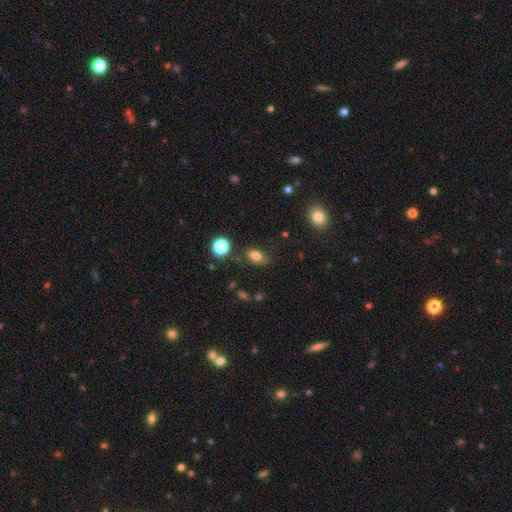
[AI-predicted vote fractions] The model was most divided on "merging": none: 73%, minor disturbance: 19%, major disturbance: 5%, merger: 3%. More confident: how rounded — in between (79%); smooth or featured — smooth (79%).